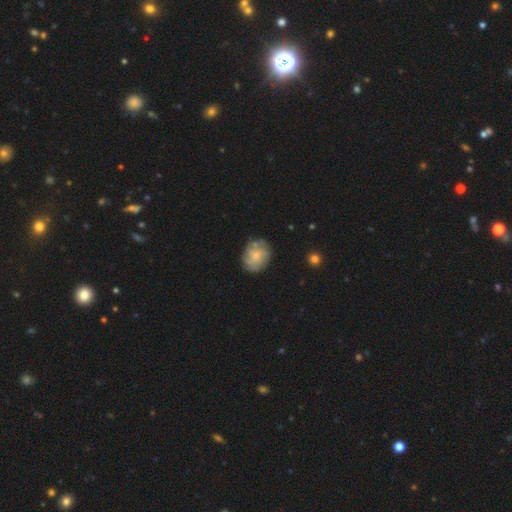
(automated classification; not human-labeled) This is possibly a smooth galaxy (48%). Merging: likely none (72%).